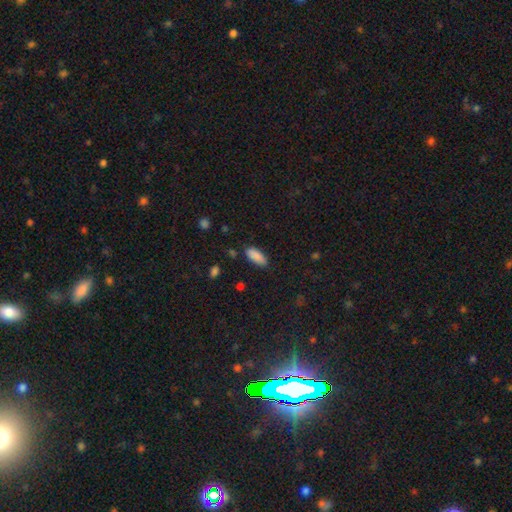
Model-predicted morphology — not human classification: The model was most divided on "how rounded": in between: 81%, cigar-shaped: 17%, round: 2%. More confident: smooth or featured — smooth (88%); merging — none (82%).